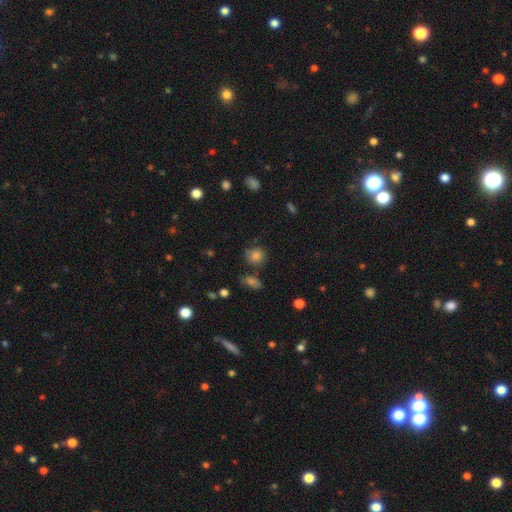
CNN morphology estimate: Smooth or featured?
  - smooth: 80% *
  - star or artifact: 12%
  - featured or disk: 8%
How rounded?
  - round: 82% *
  - in between: 16%
  - cigar-shaped: 1%
Merging?
  - none: 68% *
  - minor disturbance: 18%
  - merger: 7%
  - major disturbance: 6%